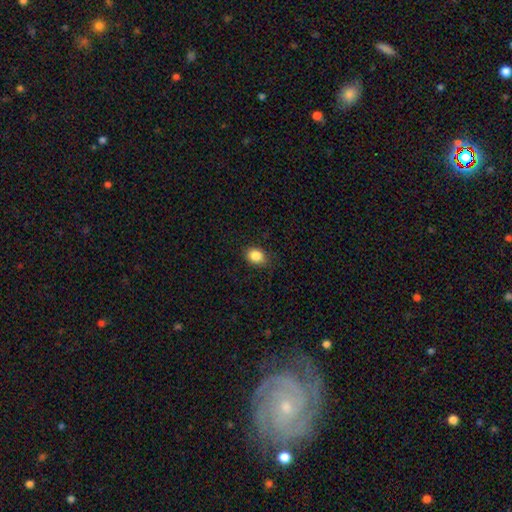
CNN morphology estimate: Q: Smooth or featured?
A: smooth (86%); runner-up: star or artifact (9%)
Q: How rounded?
A: in between (60%); runner-up: round (39%)
Q: Merging?
A: none (84%); runner-up: minor disturbance (13%)